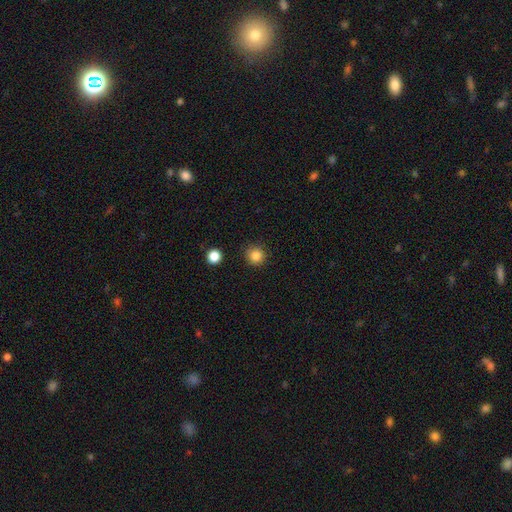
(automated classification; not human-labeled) This is clearly a smooth galaxy (84%). How rounded: clearly round (94%). Merging: clearly none (89%).